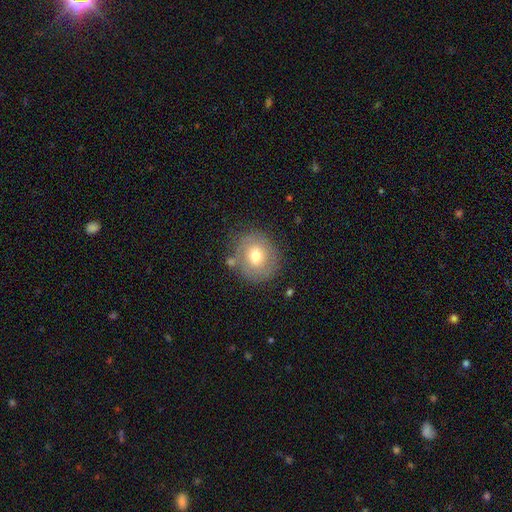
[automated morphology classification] smooth-or-featured: smooth: 61% | featured or disk: 31% | star or artifact: 9%
  how-rounded: round: 81% | in between: 18% | cigar-shaped: 1%
  merging: none: 74% | minor disturbance: 15% | major disturbance: 6% | merger: 4%